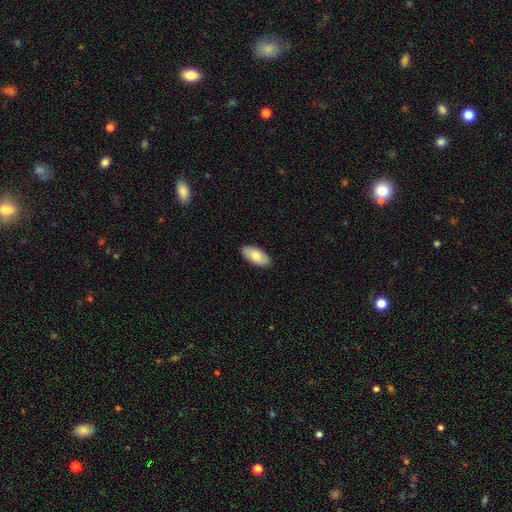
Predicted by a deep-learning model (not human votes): Smooth or featured?
  - smooth: 77% *
  - featured or disk: 18%
  - star or artifact: 6%
How rounded?
  - in between: 94% *
  - cigar-shaped: 4%
  - round: 2%
Merging?
  - none: 90% *
  - minor disturbance: 8%
  - major disturbance: 2%
  - merger: 1%